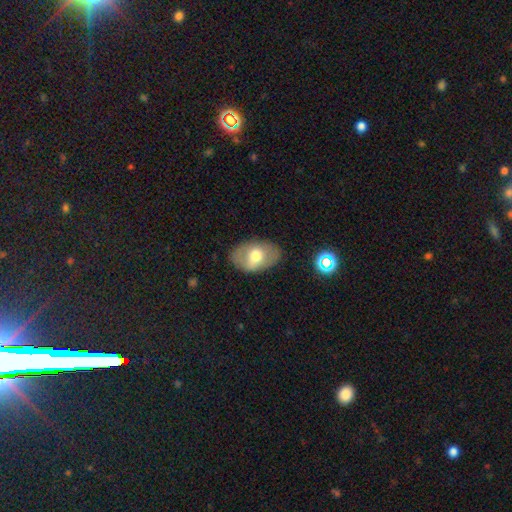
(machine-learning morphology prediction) type=smooth (58%); roundness=in between (88%); merging=none (81%).